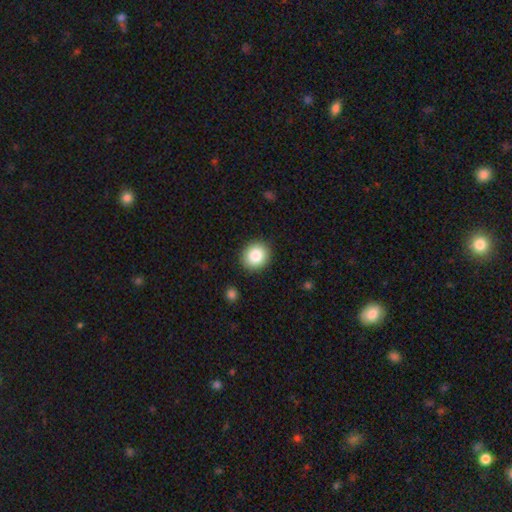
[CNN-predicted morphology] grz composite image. It shows a smooth galaxy with no disk features (85%) that is round (82%). Merging: none (90%).